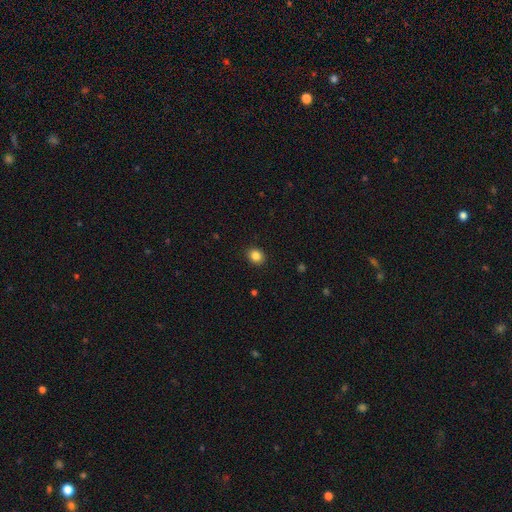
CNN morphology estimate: Q: Smooth or featured?
A: smooth (85%); runner-up: star or artifact (11%)
Q: How rounded?
A: round (68%); runner-up: in between (31%)
Q: Merging?
A: none (91%); runner-up: minor disturbance (6%)